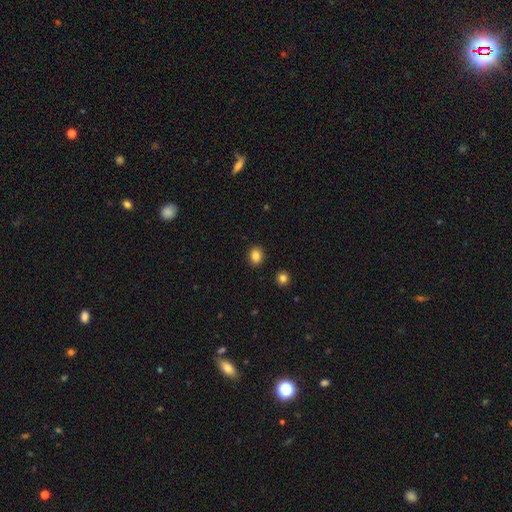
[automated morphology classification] Smooth or featured? Predicted: smooth (p=0.85). How rounded? Predicted: round (p=0.66). Merging? Predicted: none (p=0.91).